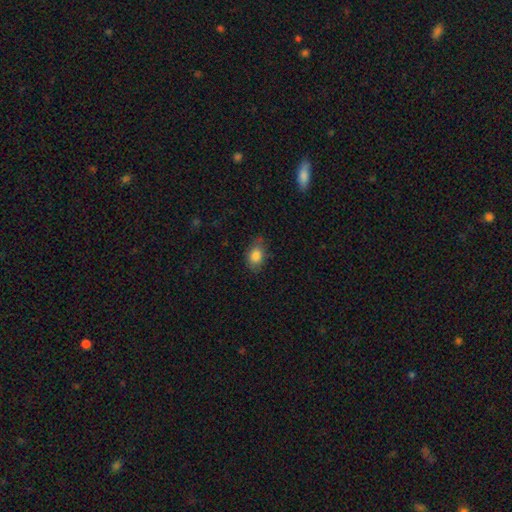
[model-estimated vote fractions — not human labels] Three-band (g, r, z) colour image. It shows a smooth galaxy with no disk features (83%) that is in between round and cigar-shaped (78%). Merging: none (70%).